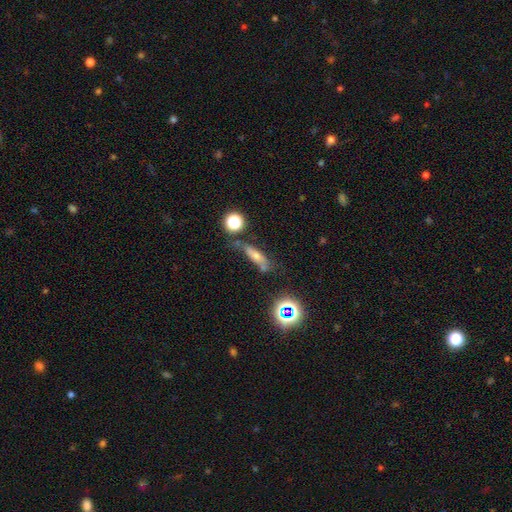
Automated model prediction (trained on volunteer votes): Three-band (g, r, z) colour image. It shows a smooth galaxy with no disk features (48%). Merging: none (58%).